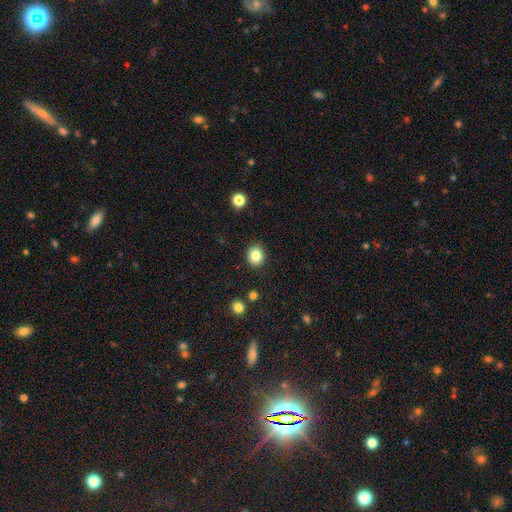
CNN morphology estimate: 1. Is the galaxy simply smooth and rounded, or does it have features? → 84% smooth, 10% star or artifact, 6% featured or disk.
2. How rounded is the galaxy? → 74% round, 25% in between, 1% cigar-shaped.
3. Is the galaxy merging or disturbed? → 90% none, 7% minor disturbance, 2% major disturbance, 2% merger.